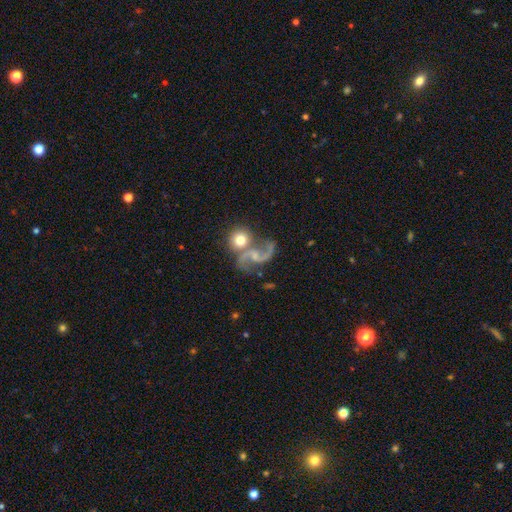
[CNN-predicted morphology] This is clearly a featured or disk galaxy (80%). It is clearly not viewed edge-on (97%). Bar: possibly no (48%). Spiral arm pattern: clearly yes (95%). Spiral arm count: clearly 2 (90%). Spiral winding: likely loose (69%). Central bulge: possibly small (49%). Merging: possibly none (46%).